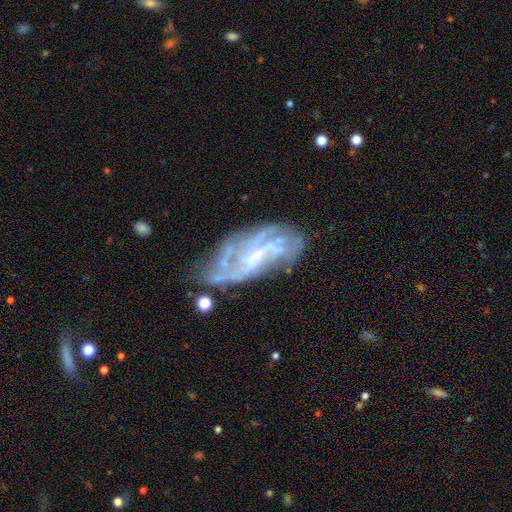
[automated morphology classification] A featured or disk galaxy (80%) with no bar (43%), tight (40%) spiral arms (82%) and a small central bulge (63%). Merging: none (54%).